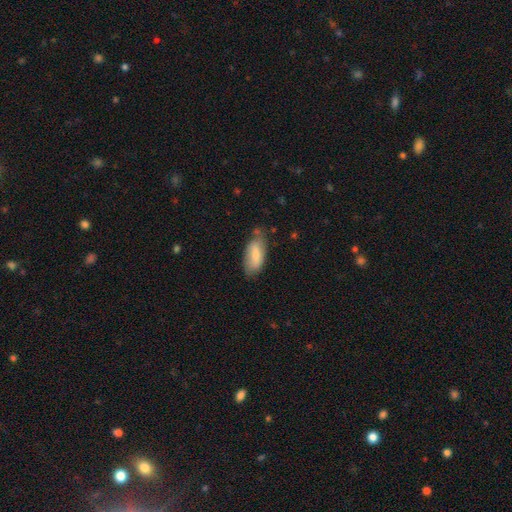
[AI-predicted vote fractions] The model was most divided on "merging": none: 62%, minor disturbance: 28%, major disturbance: 6%, merger: 4%. More confident: how rounded — in between (86%); smooth or featured — smooth (71%).